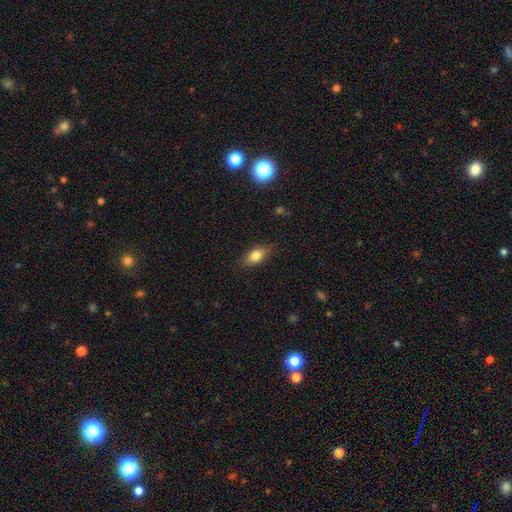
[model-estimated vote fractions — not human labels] smooth_or_featured: smooth (p=0.75) [alt: featured or disk p=0.17]
how_rounded: in between (p=0.81) [alt: cigar-shaped p=0.12]
merging: none (p=0.80) [alt: minor disturbance p=0.15]